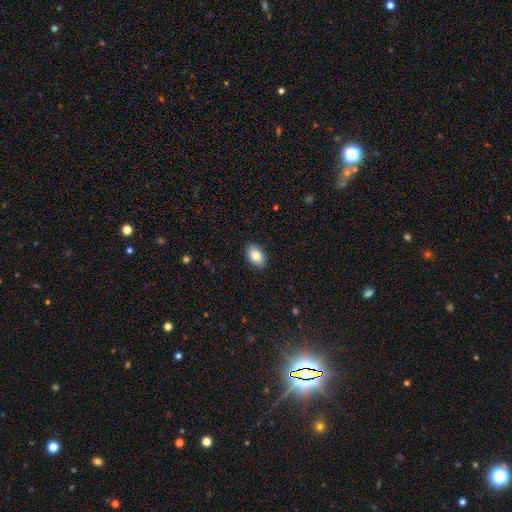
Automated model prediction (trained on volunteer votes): Smooth or featured?
  - smooth: 85% *
  - featured or disk: 8%
  - star or artifact: 7%
How rounded?
  - in between: 92% *
  - round: 6%
  - cigar-shaped: 1%
Merging?
  - none: 90% *
  - minor disturbance: 8%
  - major disturbance: 2%
  - merger: 1%